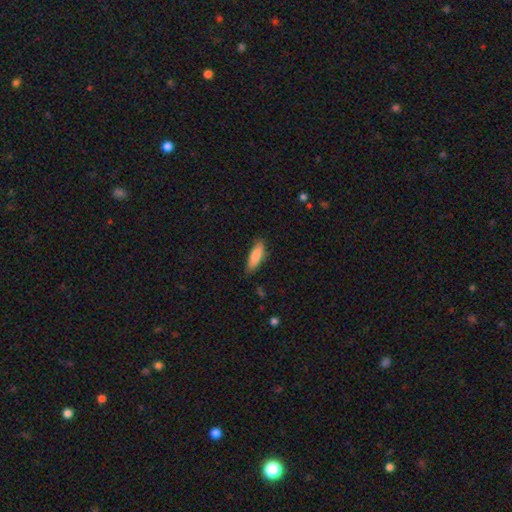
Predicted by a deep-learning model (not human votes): smooth-or-featured: smooth: 84% | featured or disk: 10% | star or artifact: 6%
  how-rounded: in between: 52% | cigar-shaped: 46% | round: 2%
  merging: none: 77% | minor disturbance: 19% | major disturbance: 3% | merger: 1%